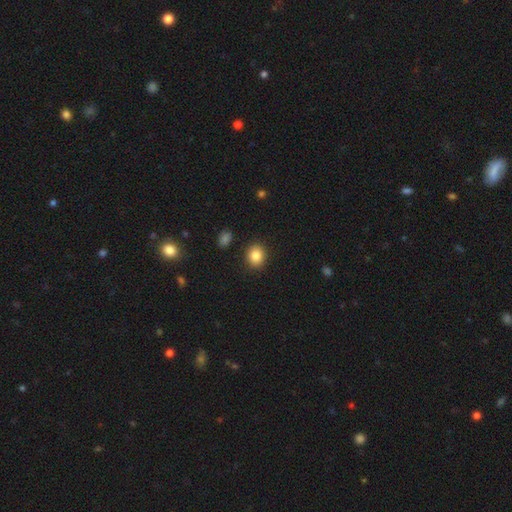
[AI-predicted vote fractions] A smooth galaxy with no disk features (85%) that is round (64%). Merging: none (89%).